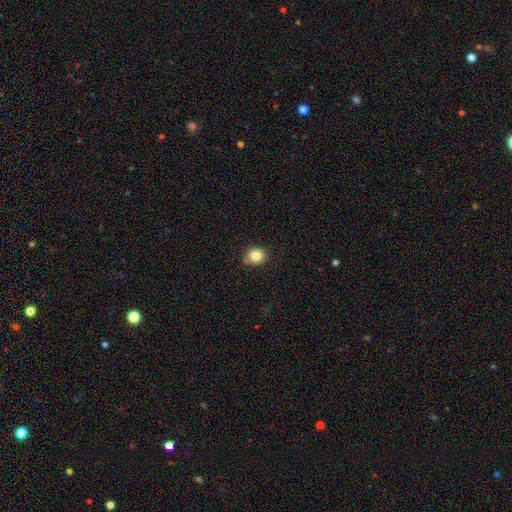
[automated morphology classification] A smooth galaxy with no disk features (83%) that is round (73%).

Vote fractions:
- Smooth or featured? smooth: 83% / star or artifact: 10% / featured or disk: 7%
- How rounded? round: 73% / in between: 27% / cigar-shaped: 1%
- Merging? none: 83% / minor disturbance: 14% / major disturbance: 2% / merger: 1%